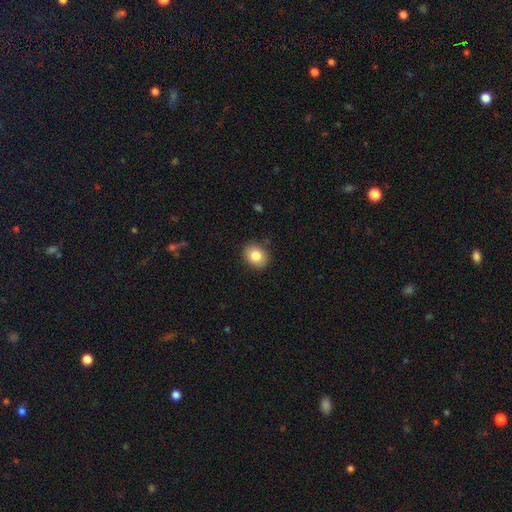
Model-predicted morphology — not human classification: The model was most divided on "how rounded": round: 60%, in between: 39%, cigar-shaped: 1%. More confident: merging — none (88%); smooth or featured — smooth (83%).